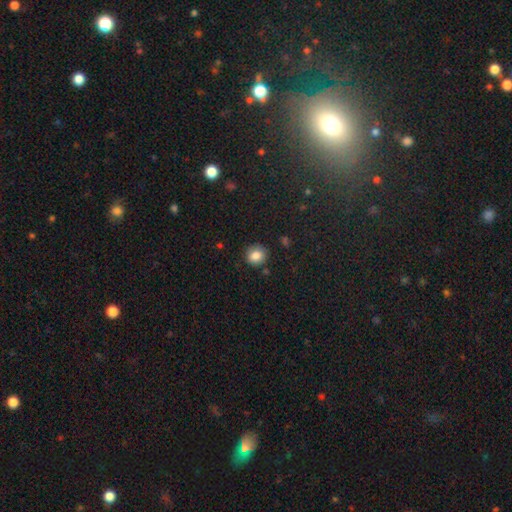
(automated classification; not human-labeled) Overall: smooth (84%). How rounded: round (84%). Merging: none (84%).